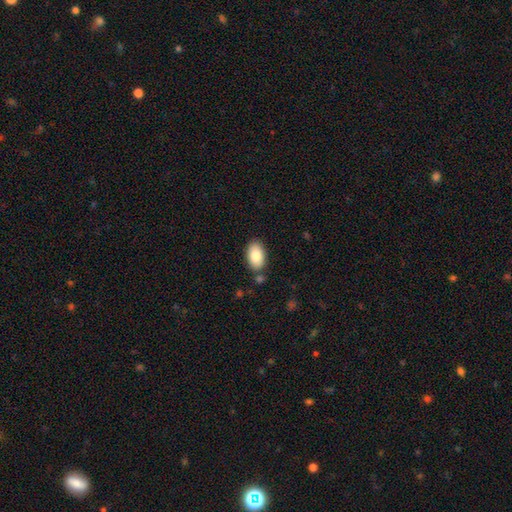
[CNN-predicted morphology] smooth_or_featured: smooth (p=0.85) [alt: featured or disk p=0.09]
how_rounded: in between (p=0.94) [alt: round p=0.05]
merging: none (p=0.82) [alt: minor disturbance p=0.11]